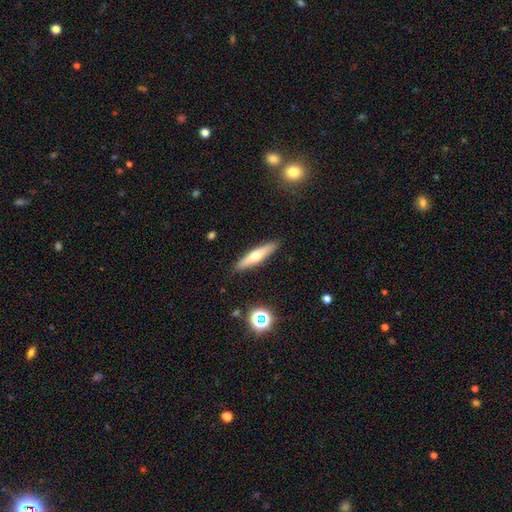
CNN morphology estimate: type=smooth (47%); merging=none (90%).